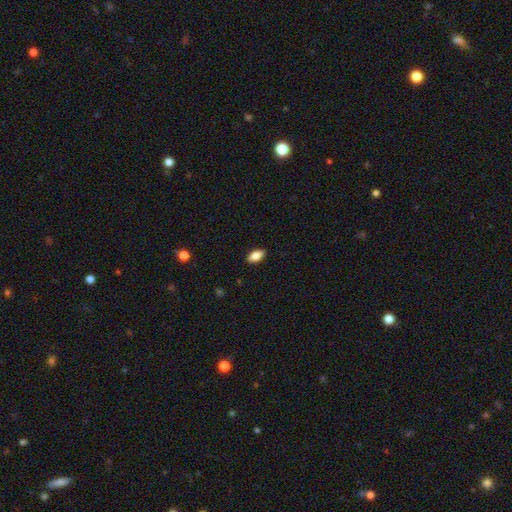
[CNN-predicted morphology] Smooth or featured: smooth — 80% (featured or disk — 12%)
How rounded: in between — 89% (cigar-shaped — 8%)
Merging: none — 89% (minor disturbance — 8%)